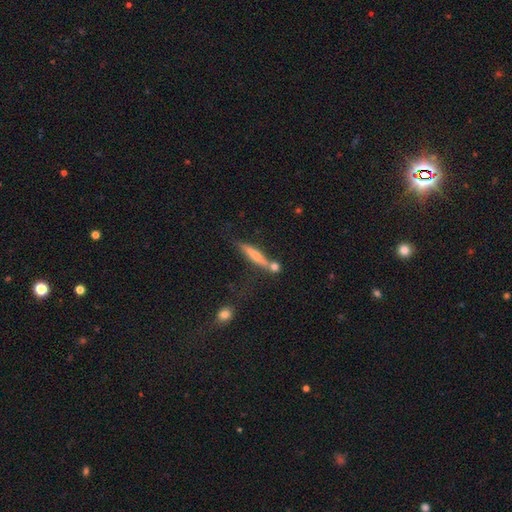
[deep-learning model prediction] Q: Smooth or featured?
A: smooth (56%); runner-up: featured or disk (36%)
Q: How rounded?
A: cigar-shaped (87%); runner-up: in between (10%)
Q: Merging?
A: none (55%); runner-up: merger (23%)